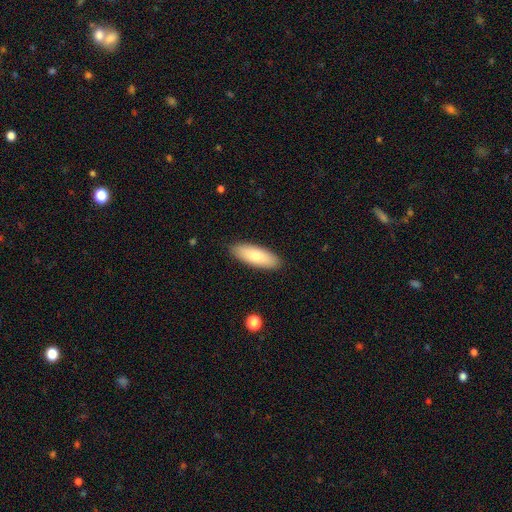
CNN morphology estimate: smooth 76%, featured or disk 18%, star or artifact 6%. Down the decision tree: how rounded — in between (68%); merging — none (88%).